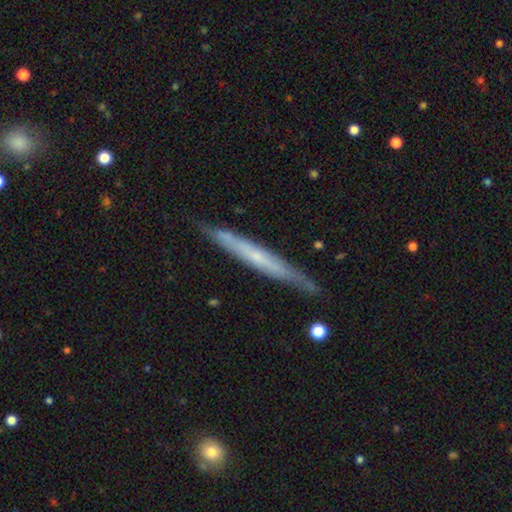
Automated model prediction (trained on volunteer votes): This appears to be a featured or disk galaxy (59%) viewed edge-on (91%) with no central bulge (72%). Merging: none (82%).